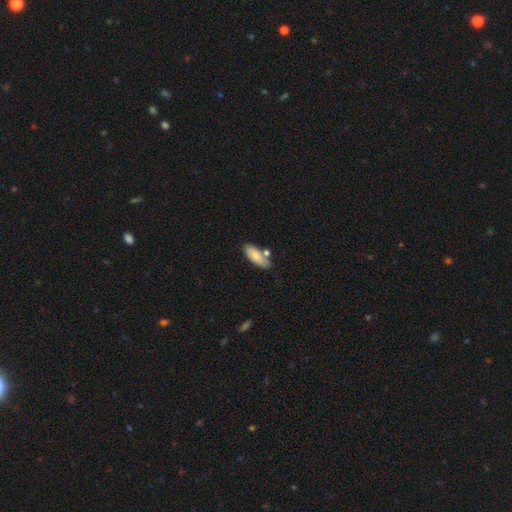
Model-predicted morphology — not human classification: The model was most divided on "merging": none: 66%, minor disturbance: 17%, merger: 14%, major disturbance: 4%. More confident: smooth or featured — smooth (79%); how rounded — in between (75%).